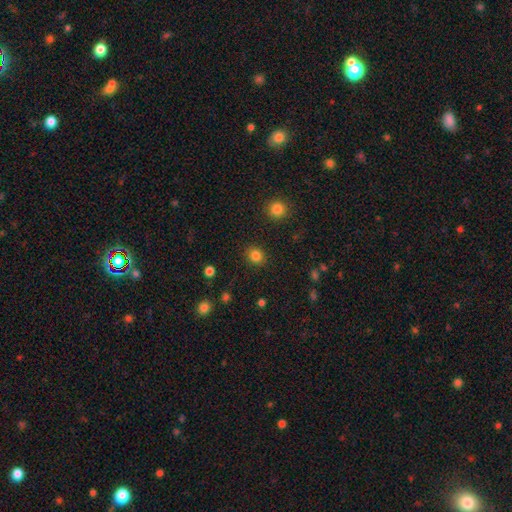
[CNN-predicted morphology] Q: Smooth or featured?
A: smooth (84%); runner-up: star or artifact (12%)
Q: How rounded?
A: round (77%); runner-up: in between (22%)
Q: Merging?
A: none (89%); runner-up: minor disturbance (7%)